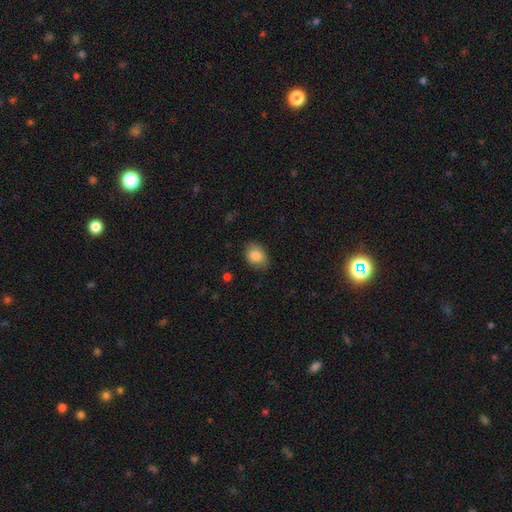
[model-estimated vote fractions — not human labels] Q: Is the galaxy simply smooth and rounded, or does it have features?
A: smooth — 85%.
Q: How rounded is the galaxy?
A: in between — 70%.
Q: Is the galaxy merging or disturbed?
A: none — 82%.